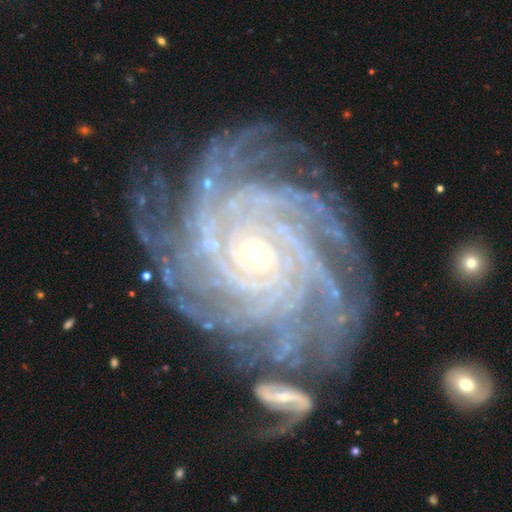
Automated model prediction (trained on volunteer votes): Smooth or featured? Predicted: featured or disk (p=0.92). Edge-on disk? Predicted: no (p=0.98). Bar? Predicted: no (p=0.65). Spiral arms? Predicted: yes (p=0.99). Spiral winding? Predicted: tight (p=0.82). Spiral arm count? Predicted: more than 4 (p=0.40). Bulge size? Predicted: small (p=0.81). Merging? Predicted: none (p=0.69).